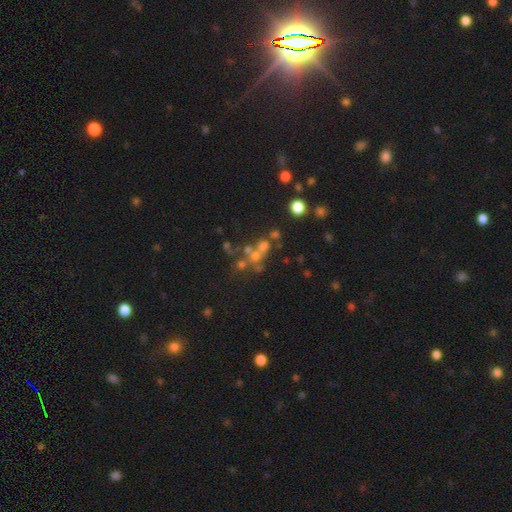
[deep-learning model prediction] smooth 39%, featured or disk 31%, star or artifact 30%. Down the decision tree: merging — none (41%).